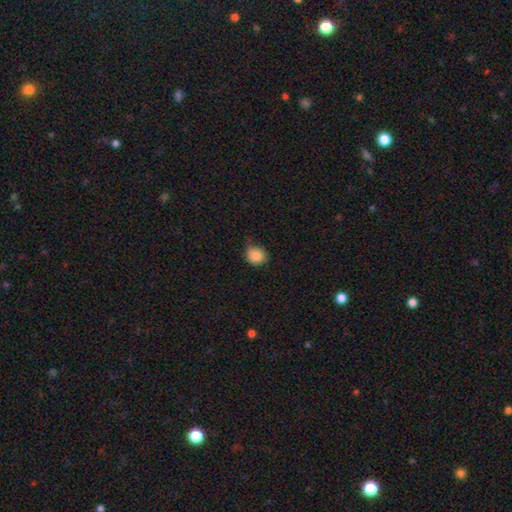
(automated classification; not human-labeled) This is clearly a smooth galaxy (87%). How rounded: likely round (80%). Merging: likely none (72%).